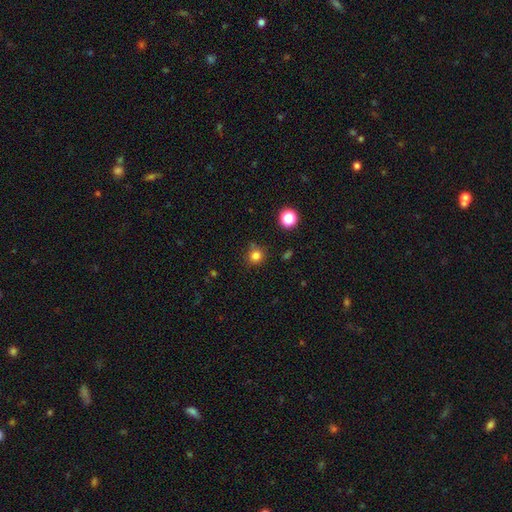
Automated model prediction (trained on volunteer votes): Overall: smooth (80%). How rounded: round (90%). Merging: none (79%).